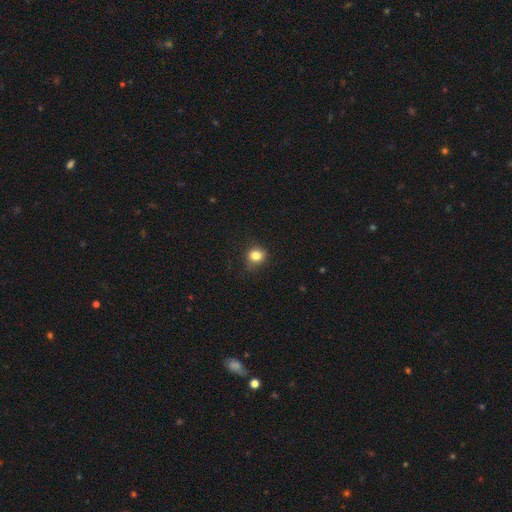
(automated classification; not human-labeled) smooth-or-featured: smooth: 82% | star or artifact: 12% | featured or disk: 6%
  how-rounded: round: 73% | in between: 26% | cigar-shaped: 1%
  merging: none: 76% | minor disturbance: 18% | major disturbance: 5% | merger: 1%